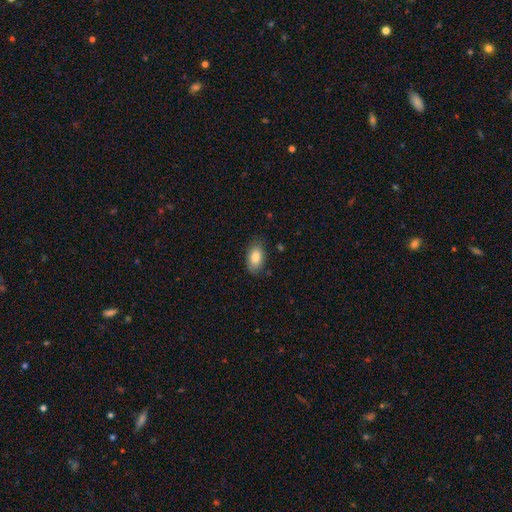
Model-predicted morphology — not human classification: A smooth galaxy with no disk features (85%) that is in between round and cigar-shaped (92%). Merging: none (81%).